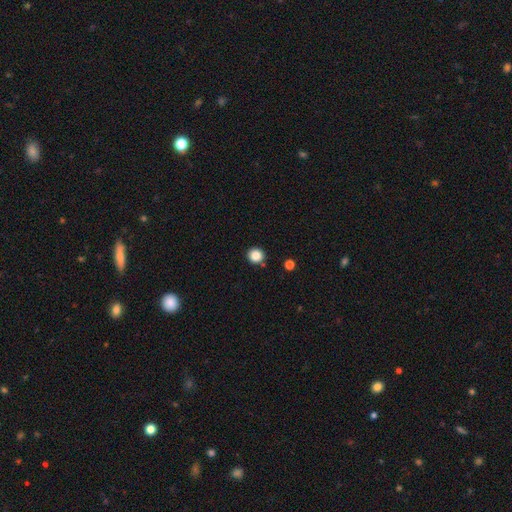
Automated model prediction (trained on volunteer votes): Q: Smooth or featured?
A: smooth (86%); runner-up: star or artifact (11%)
Q: How rounded?
A: round (94%); runner-up: in between (5%)
Q: Merging?
A: none (88%); runner-up: minor disturbance (6%)